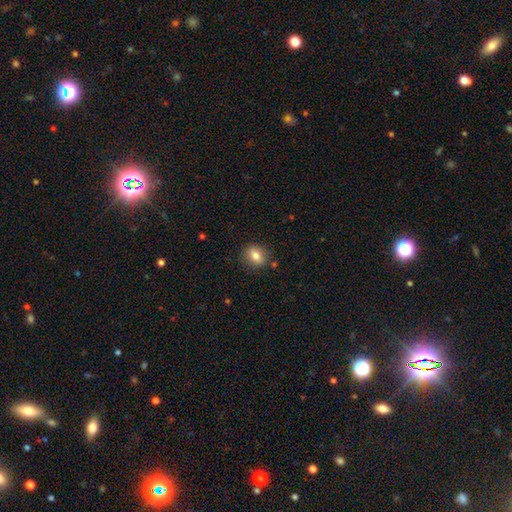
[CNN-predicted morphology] Smooth or featured: smooth — 80% (featured or disk — 11%)
How rounded: in between — 59% (round — 39%)
Merging: none — 84% (minor disturbance — 11%)